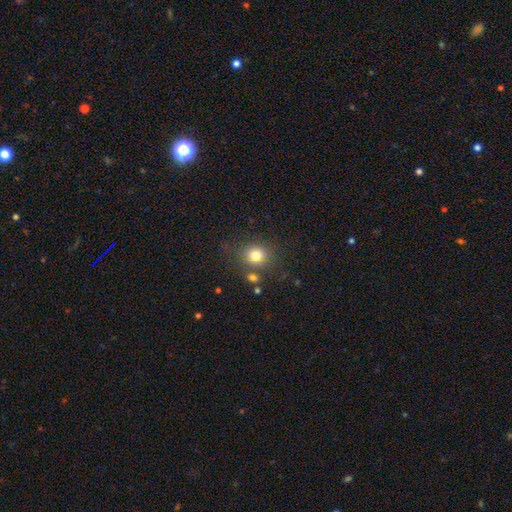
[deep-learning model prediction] Smooth or featured: smooth — 77% (star or artifact — 15%)
How rounded: round — 72% (in between — 27%)
Merging: none — 73% (minor disturbance — 13%)